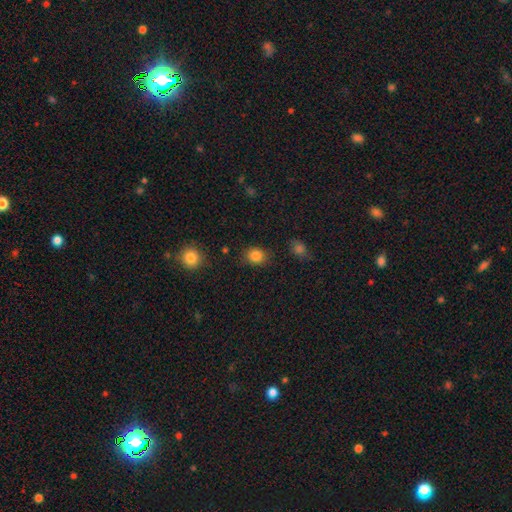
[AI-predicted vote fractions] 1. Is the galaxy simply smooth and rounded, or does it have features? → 84% smooth, 11% star or artifact, 5% featured or disk.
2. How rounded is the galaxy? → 63% round, 36% in between, 1% cigar-shaped.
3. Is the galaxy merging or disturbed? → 83% none, 12% minor disturbance, 3% major disturbance, 2% merger.